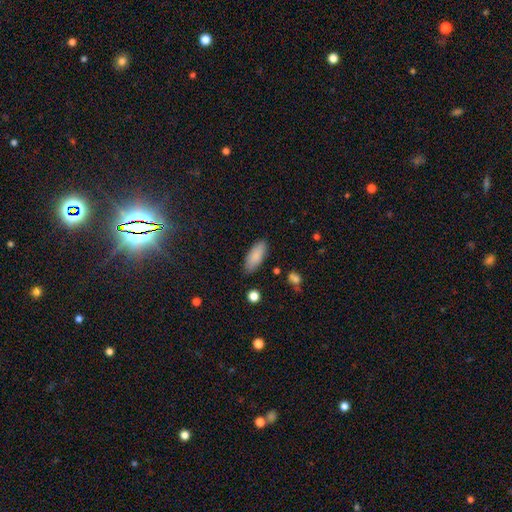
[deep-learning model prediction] A smooth galaxy with no disk features (87%) that is in between round and cigar-shaped (80%). Merging: none (85%).